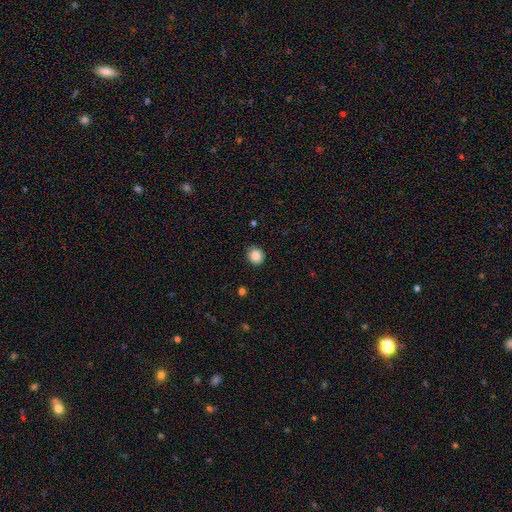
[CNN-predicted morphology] Smooth or featured?
  - smooth: 87% *
  - star or artifact: 10%
  - featured or disk: 3%
How rounded?
  - round: 85% *
  - in between: 14%
  - cigar-shaped: 1%
Merging?
  - none: 86% *
  - minor disturbance: 11%
  - major disturbance: 2%
  - merger: 1%